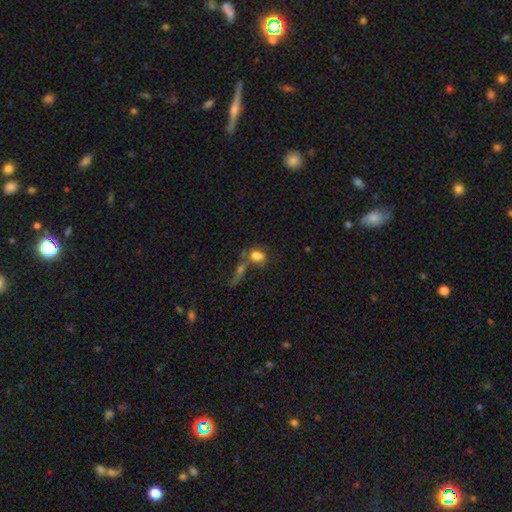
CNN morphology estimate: smooth-or-featured: smooth: 68% | featured or disk: 19% | star or artifact: 13%
  how-rounded: in between: 73% | round: 22% | cigar-shaped: 4%
  merging: merger: 52% | none: 24% | major disturbance: 14% | minor disturbance: 10%